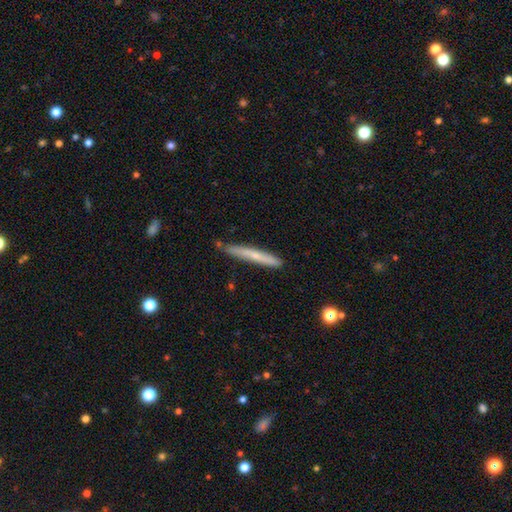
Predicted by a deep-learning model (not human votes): Smooth or featured?
  - smooth: 54% *
  - featured or disk: 39%
  - star or artifact: 6%
How rounded?
  - cigar-shaped: 96% *
  - in between: 3%
  - round: 1%
Merging?
  - none: 79% *
  - minor disturbance: 16%
  - merger: 3%
  - major disturbance: 2%